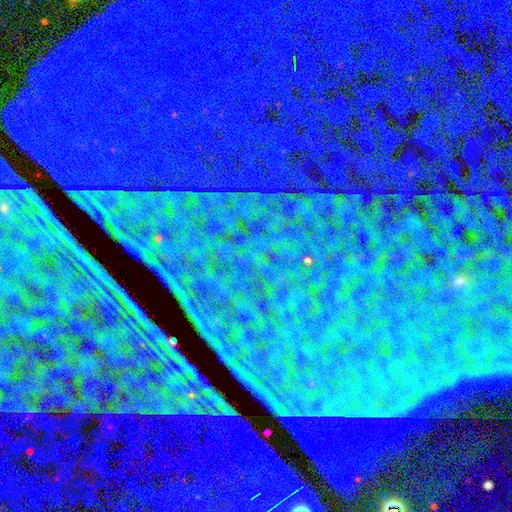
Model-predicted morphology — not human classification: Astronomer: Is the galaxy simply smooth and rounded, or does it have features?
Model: star or artifact — 86%.